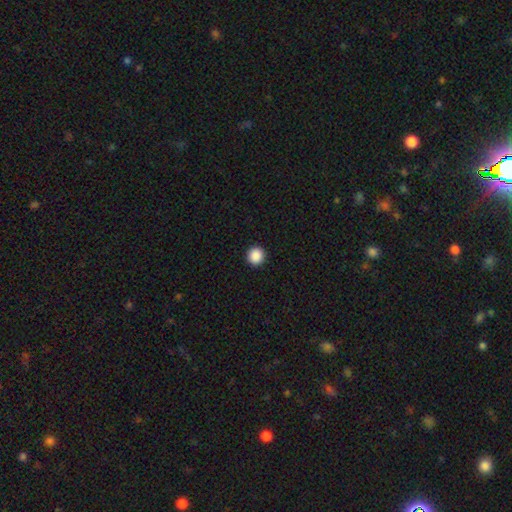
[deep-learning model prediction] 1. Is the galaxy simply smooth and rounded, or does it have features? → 89% smooth, 9% star or artifact, 2% featured or disk.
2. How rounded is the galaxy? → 95% round, 4% in between, 1% cigar-shaped.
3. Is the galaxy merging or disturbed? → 94% none, 4% minor disturbance, 1% major disturbance, 1% merger.